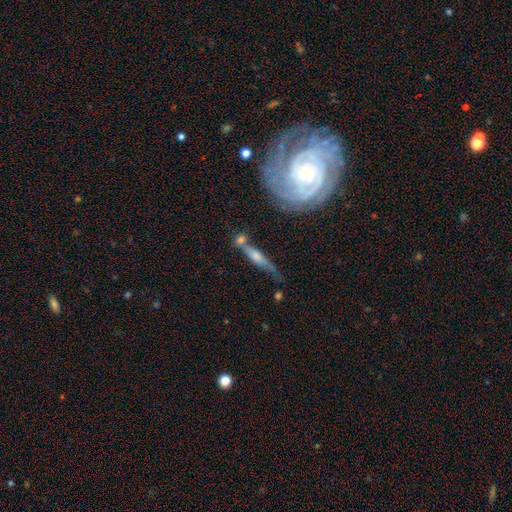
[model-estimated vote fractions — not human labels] Smooth or featured? Predicted: featured or disk (p=0.64). Edge-on disk? Predicted: yes (p=0.74). Merging? Predicted: none (p=0.52).